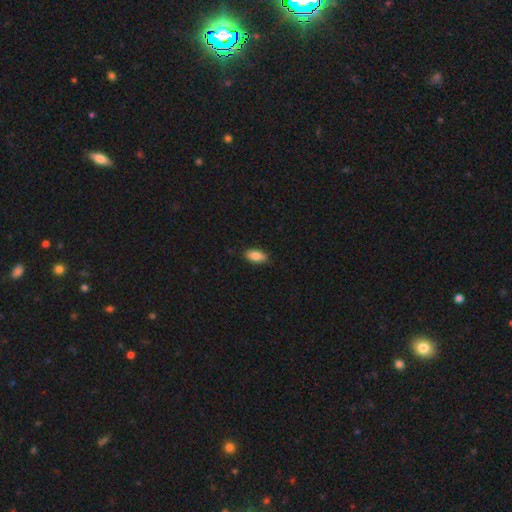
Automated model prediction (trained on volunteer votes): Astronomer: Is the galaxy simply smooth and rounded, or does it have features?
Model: smooth — 85%.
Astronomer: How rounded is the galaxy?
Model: in between — 91%.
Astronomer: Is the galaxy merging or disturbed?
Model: none — 87%.